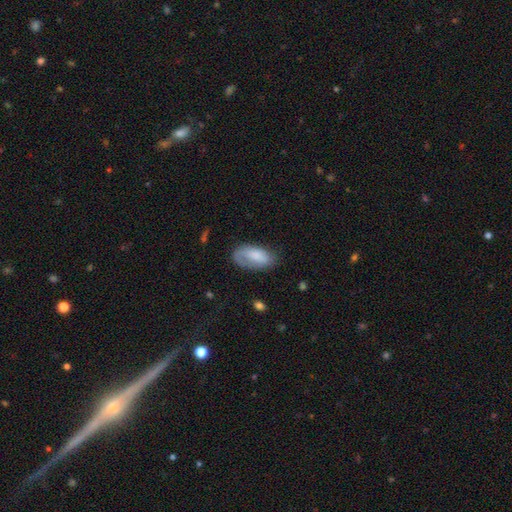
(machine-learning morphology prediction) A smooth galaxy with no disk features (69%) that is in between round and cigar-shaped (93%). Merging: none (56%).